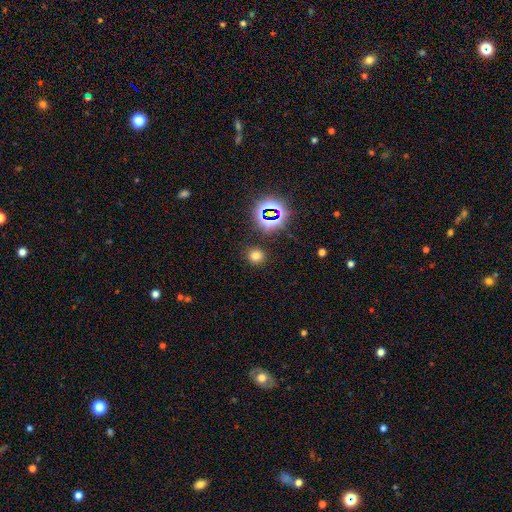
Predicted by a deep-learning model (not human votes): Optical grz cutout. It shows a smooth galaxy with no disk features (69%) that is round (88%). Merging: none (88%).